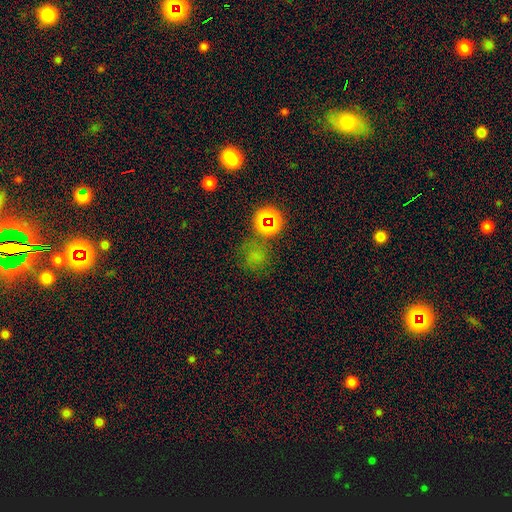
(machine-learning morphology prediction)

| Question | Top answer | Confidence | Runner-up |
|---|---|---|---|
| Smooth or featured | smooth | 54% | star or artifact (37%) |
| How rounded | round | 82% | in between (17%) |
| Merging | none | 67% | minor disturbance (16%) |